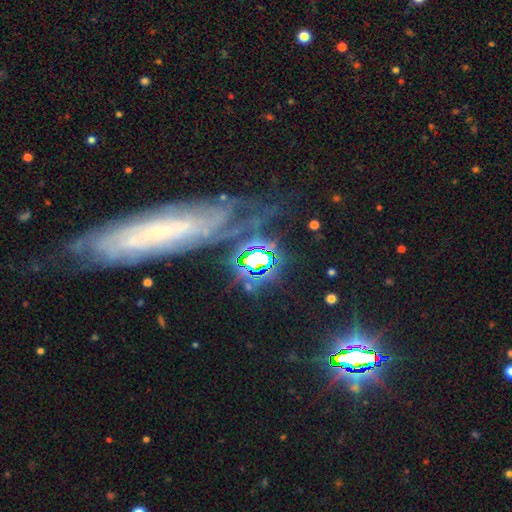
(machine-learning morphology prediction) smooth-or-featured: star or artifact: 61% | featured or disk: 25% | smooth: 15%